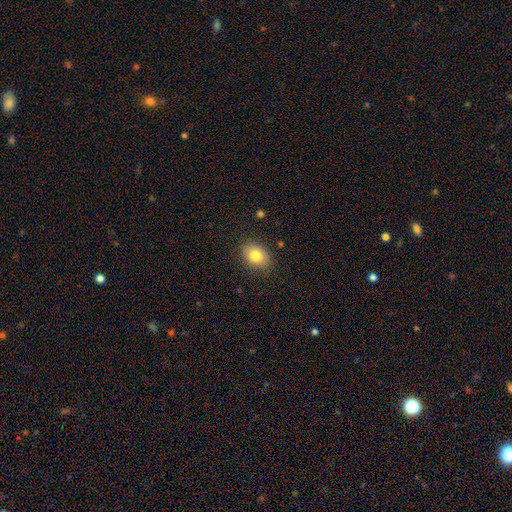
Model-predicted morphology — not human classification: Overall: smooth (82%). How rounded: in between (72%). Merging: none (86%).